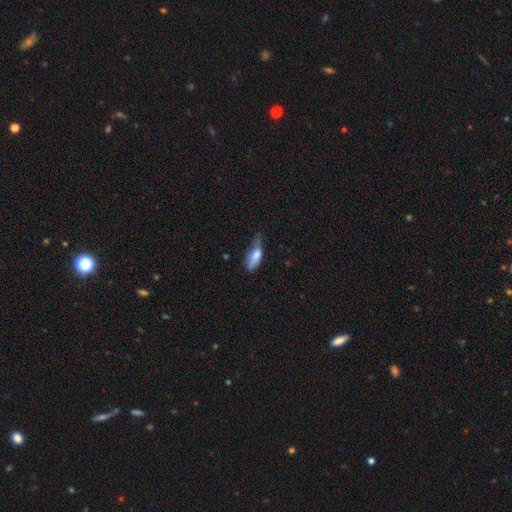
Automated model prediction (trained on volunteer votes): Smooth or featured?
  - smooth: 72% *
  - featured or disk: 21%
  - star or artifact: 7%
How rounded?
  - in between: 66% *
  - cigar-shaped: 30%
  - round: 3%
Merging?
  - minor disturbance: 43% *
  - none: 32%
  - major disturbance: 21%
  - merger: 4%